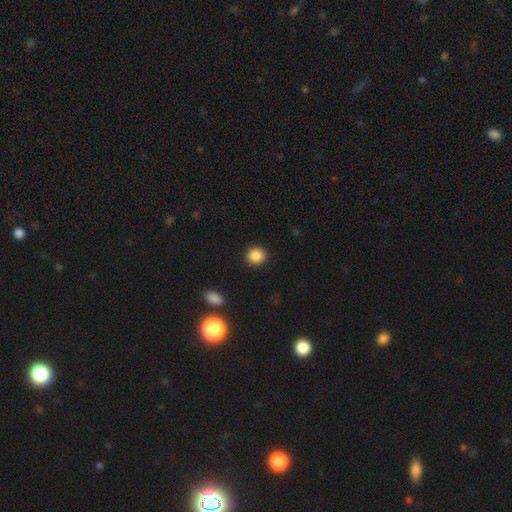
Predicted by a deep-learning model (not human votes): Smooth or featured: smooth — 87% (star or artifact — 10%)
How rounded: round — 87% (in between — 12%)
Merging: none — 91% (minor disturbance — 5%)